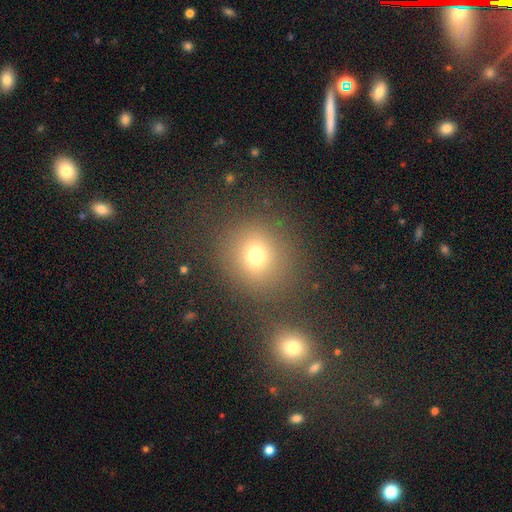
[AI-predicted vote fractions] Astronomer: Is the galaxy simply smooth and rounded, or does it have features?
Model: smooth — 72%.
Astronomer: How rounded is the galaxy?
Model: round — 83%.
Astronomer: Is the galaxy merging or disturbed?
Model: none — 77%.